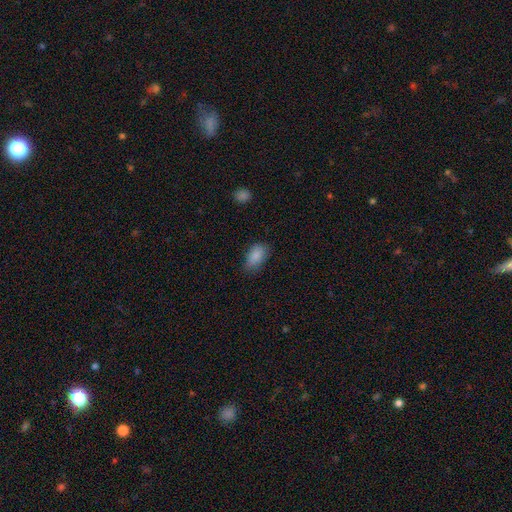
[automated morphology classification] Smooth or featured? Predicted: smooth (p=0.87). How rounded? Predicted: in between (p=0.91). Merging? Predicted: none (p=0.68).